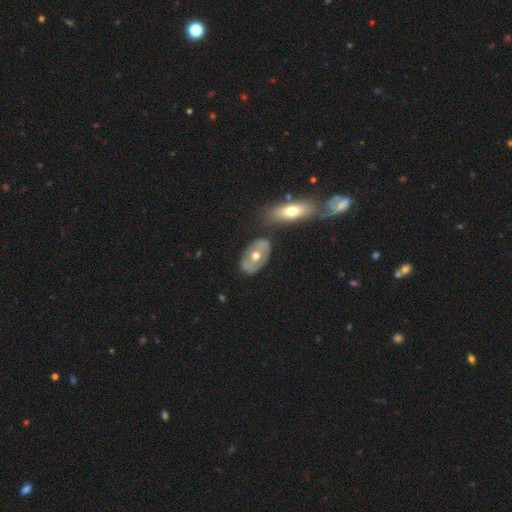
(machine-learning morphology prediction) type=featured or disk (55%); edge-on=no (87%); merging=none (68%).